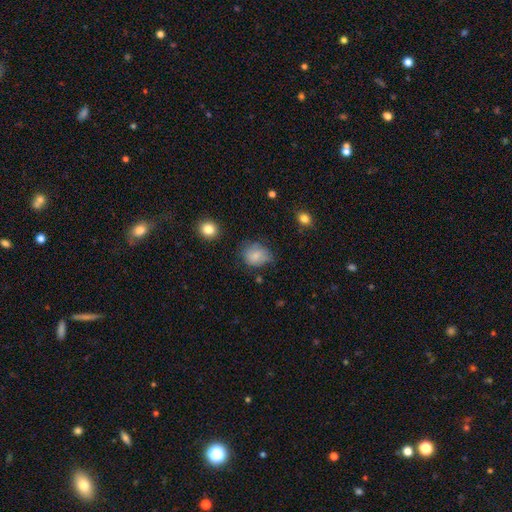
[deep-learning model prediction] Q: Smooth or featured?
A: smooth (76%); runner-up: featured or disk (14%)
Q: How rounded?
A: round (54%); runner-up: in between (45%)
Q: Merging?
A: none (55%); runner-up: minor disturbance (32%)